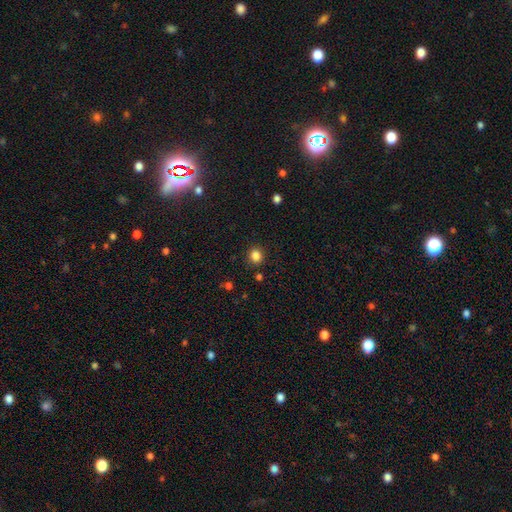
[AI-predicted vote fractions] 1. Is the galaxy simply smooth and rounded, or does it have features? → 84% smooth, 12% star or artifact, 4% featured or disk.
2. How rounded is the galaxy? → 85% round, 14% in between, 1% cigar-shaped.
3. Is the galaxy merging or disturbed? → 89% none, 7% minor disturbance, 2% major disturbance, 2% merger.